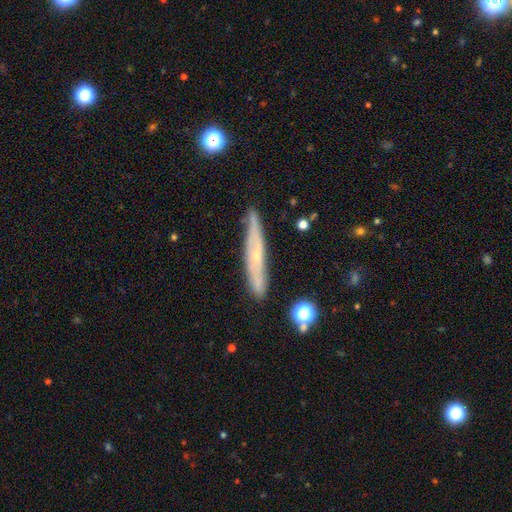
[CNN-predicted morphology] Smooth or featured?
  - featured or disk: 64% *
  - smooth: 29%
  - star or artifact: 7%
Edge-on disk?
  - yes: 73% *
  - no: 27%
Merging?
  - none: 81% *
  - minor disturbance: 15%
  - major disturbance: 2%
  - merger: 2%